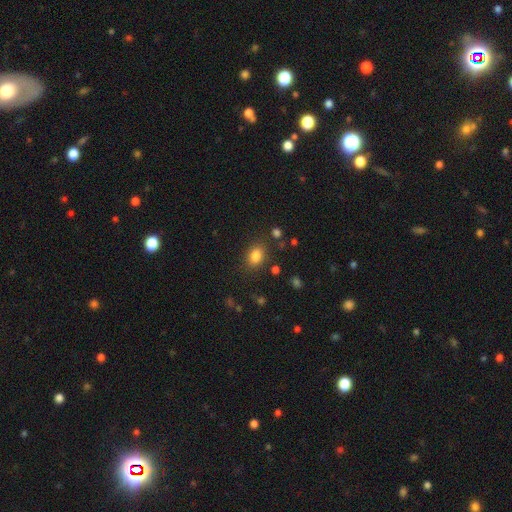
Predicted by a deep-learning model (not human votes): smooth 83%, star or artifact 11%, featured or disk 6%. Down the decision tree: how rounded — in between (71%); merging — none (81%).